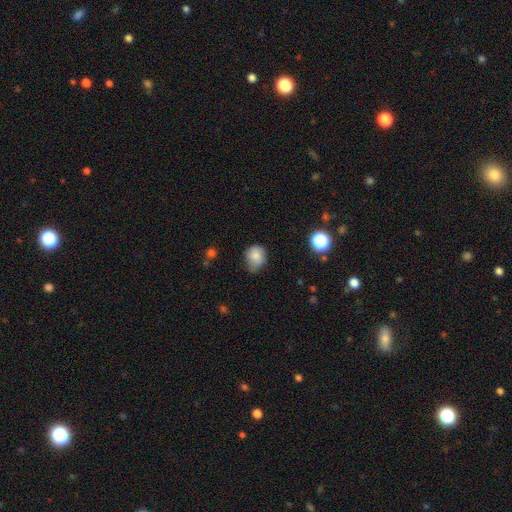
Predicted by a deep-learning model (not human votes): smooth_or_featured: smooth (p=0.81) [alt: star or artifact p=0.10]
how_rounded: round (p=0.63) [alt: in between p=0.36]
merging: none (p=0.48) [alt: minor disturbance p=0.41]